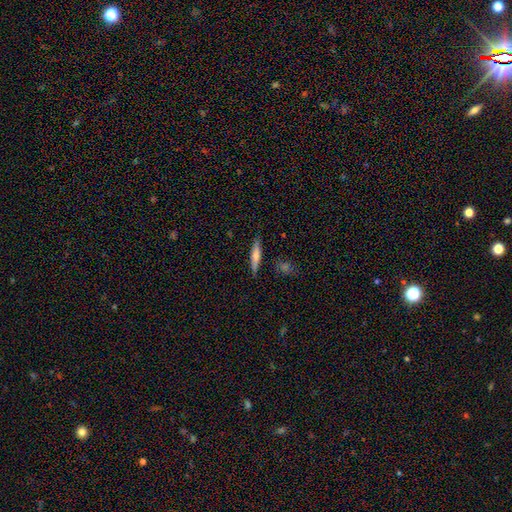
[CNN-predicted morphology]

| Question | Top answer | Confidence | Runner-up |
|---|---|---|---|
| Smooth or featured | smooth | 59% | featured or disk (35%) |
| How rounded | cigar-shaped | 87% | in between (11%) |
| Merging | none | 87% | minor disturbance (9%) |